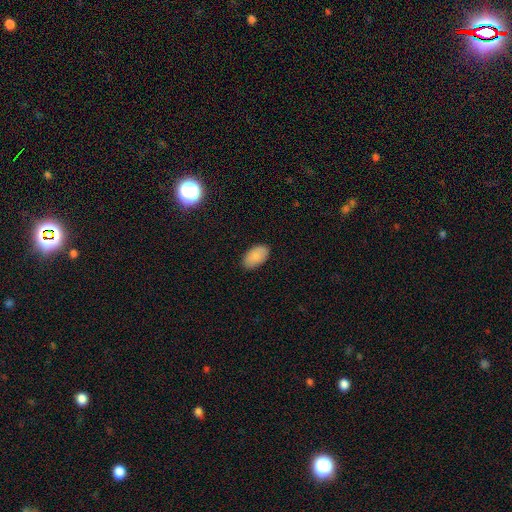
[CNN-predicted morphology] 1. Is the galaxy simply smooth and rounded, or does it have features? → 86% smooth, 7% star or artifact, 7% featured or disk.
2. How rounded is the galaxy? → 94% in between, 4% round, 2% cigar-shaped.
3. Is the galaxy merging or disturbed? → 88% none, 9% minor disturbance, 2% major disturbance, 1% merger.